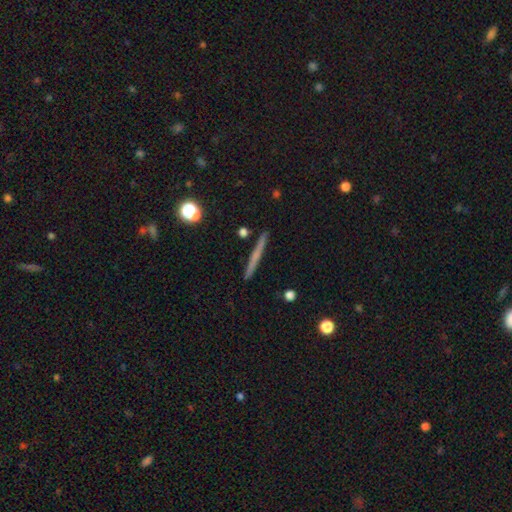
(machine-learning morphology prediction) This appears to be a smooth galaxy with no disk features (48%). Merging: none (92%).